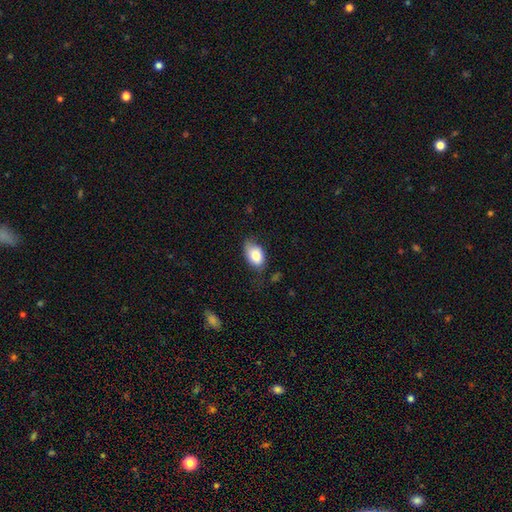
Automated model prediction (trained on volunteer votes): The model was most divided on "merging": none: 55%, minor disturbance: 33%, major disturbance: 10%, merger: 2%. More confident: how rounded — in between (87%); smooth or featured — smooth (79%).